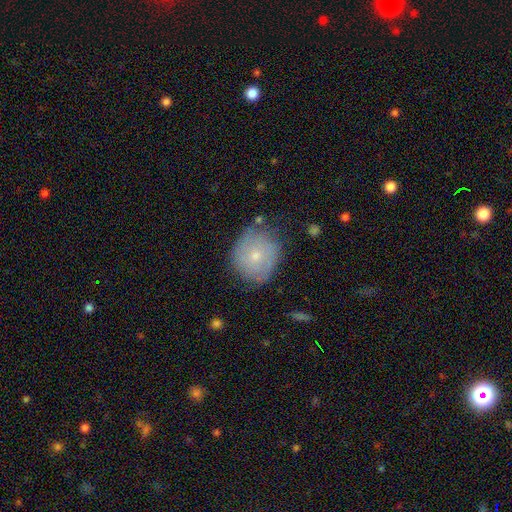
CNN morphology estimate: Smooth or featured? Predicted: smooth (p=0.56). How rounded? Predicted: round (p=0.76). Merging? Predicted: none (p=0.69).